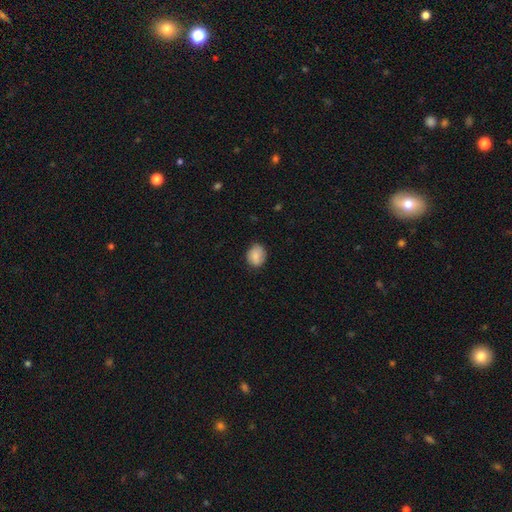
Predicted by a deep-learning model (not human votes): Q: Smooth or featured?
A: smooth (84%); runner-up: featured or disk (9%)
Q: How rounded?
A: round (60%); runner-up: in between (39%)
Q: Merging?
A: none (78%); runner-up: minor disturbance (17%)